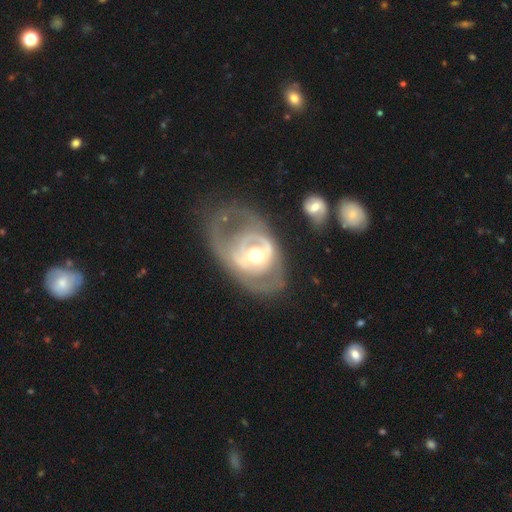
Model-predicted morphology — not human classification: Smooth or featured: featured or disk — 76% (smooth — 18%)
Edge-on disk: no — 95% (yes — 5%)
Bar: no — 51% (weak — 31%)
Spiral arms: yes — 55% (no — 45%)
Bulge size: moderate — 70% (large — 15%)
Merging: none — 42% (major disturbance — 31%)